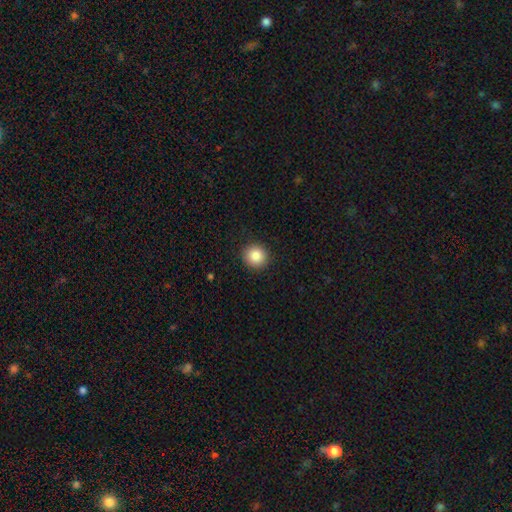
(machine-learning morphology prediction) A smooth galaxy with no disk features (86%) that is round (92%). Merging: none (92%).